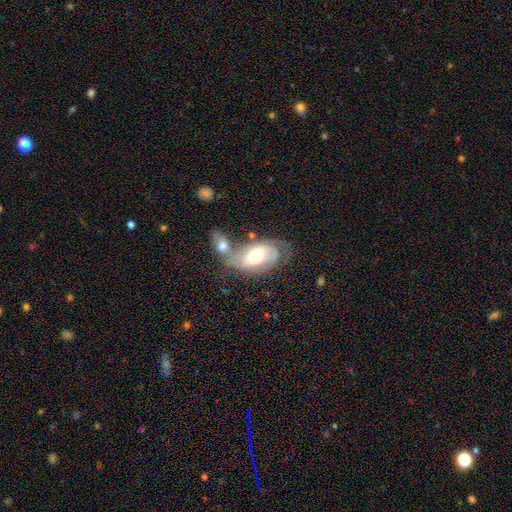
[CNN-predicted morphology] featured or disk 63%, smooth 29%, star or artifact 7%. Down the decision tree: edge-on disk — no (93%); bar — no (53%); spiral arms — yes (85%); spiral arm count — 2 (60%); spiral winding — tight (43%); bulge size — moderate (64%); merging — merger (36%).